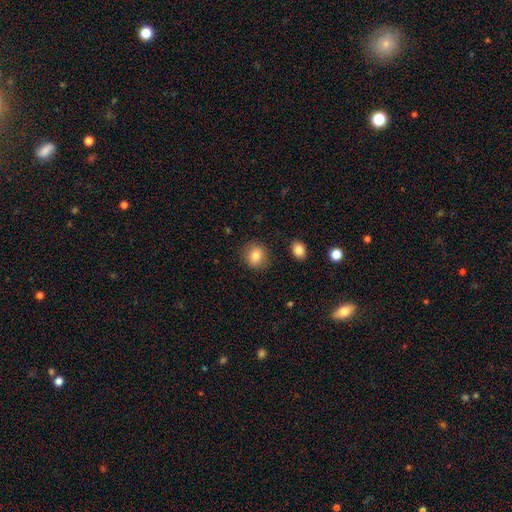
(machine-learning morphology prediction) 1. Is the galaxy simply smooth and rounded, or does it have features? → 82% smooth, 10% star or artifact, 8% featured or disk.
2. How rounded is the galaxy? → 79% round, 20% in between, 1% cigar-shaped.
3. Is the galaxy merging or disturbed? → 87% none, 9% minor disturbance, 3% major disturbance, 2% merger.